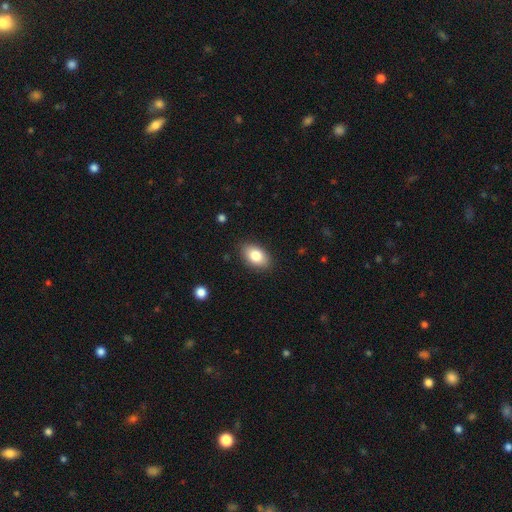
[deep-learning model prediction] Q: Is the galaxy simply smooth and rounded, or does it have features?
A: smooth — 82%.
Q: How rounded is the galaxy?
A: in between — 90%.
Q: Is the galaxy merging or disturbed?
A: none — 87%.